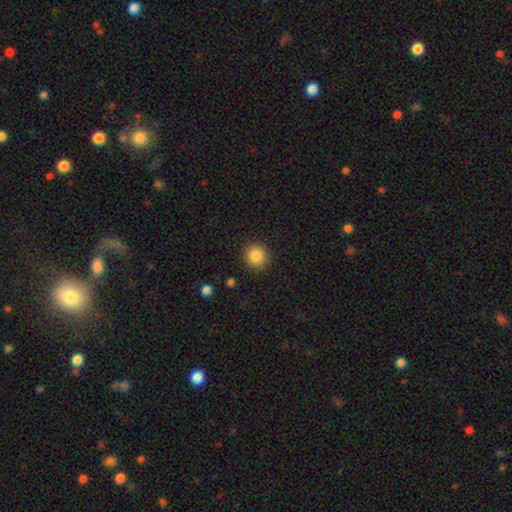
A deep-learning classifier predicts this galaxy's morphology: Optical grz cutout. It shows a smooth galaxy with no disk features (86%) that is round (92%). Merging: none (90%).